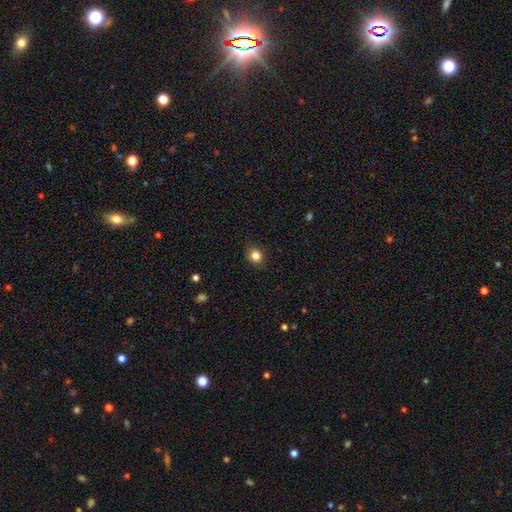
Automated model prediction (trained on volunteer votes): A smooth galaxy with no disk features (83%) that is round (77%).

Vote fractions:
- Smooth or featured? smooth: 83% / star or artifact: 12% / featured or disk: 5%
- How rounded? round: 77% / in between: 22% / cigar-shaped: 1%
- Merging? none: 87% / minor disturbance: 10% / major disturbance: 2% / merger: 1%